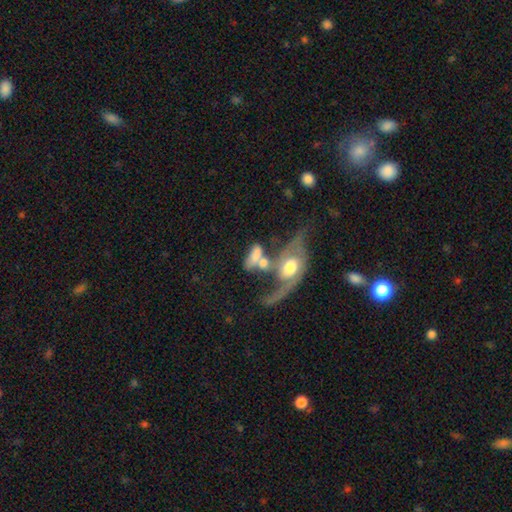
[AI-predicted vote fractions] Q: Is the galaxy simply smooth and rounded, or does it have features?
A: smooth — 49%.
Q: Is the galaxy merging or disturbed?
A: merger — 62%.